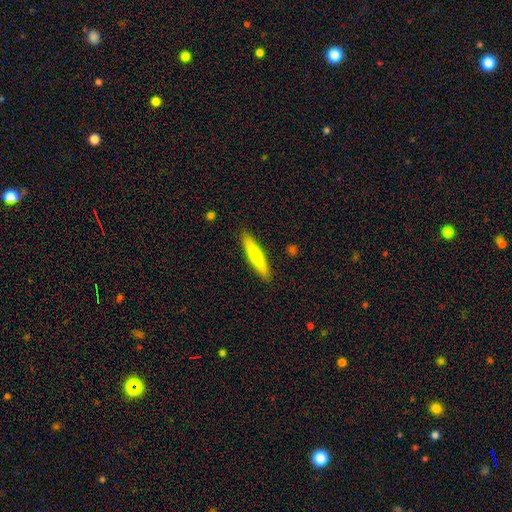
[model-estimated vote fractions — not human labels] This is likely a smooth galaxy (74%). How rounded: clearly cigar-shaped (91%). Merging: clearly none (90%).